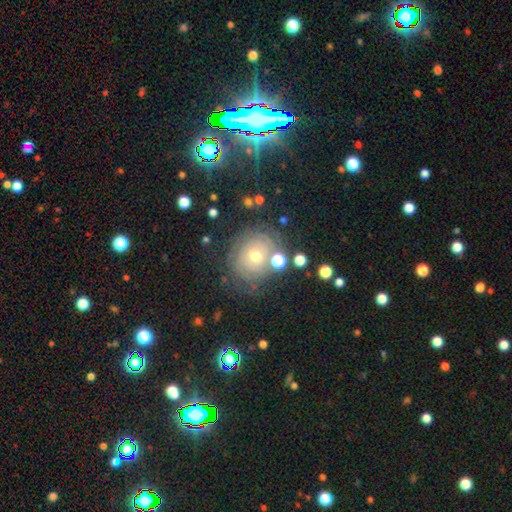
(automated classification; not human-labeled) Overall: featured or disk (56%; smooth 29%). Edge-on disk: no (96%). Bar: no (75%). Spiral arms: yes (75%). Bulge size: moderate (60%; small 33%). Merging: none (69%).